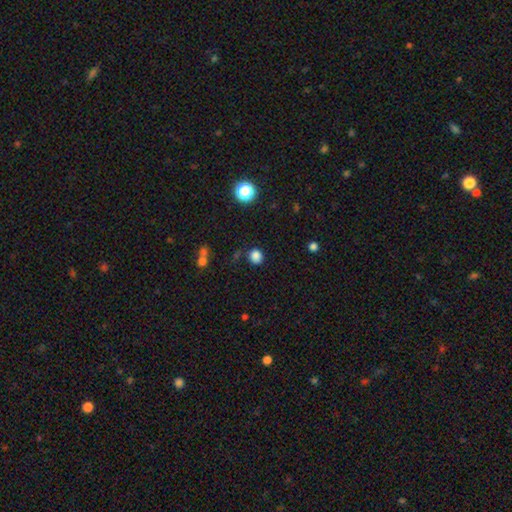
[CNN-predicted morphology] A smooth galaxy with no disk features (83%) that is round (81%).

Vote fractions:
- Smooth or featured? smooth: 83% / star or artifact: 13% / featured or disk: 4%
- How rounded? round: 81% / in between: 18% / cigar-shaped: 1%
- Merging? none: 82% / minor disturbance: 11% / merger: 4% / major disturbance: 3%